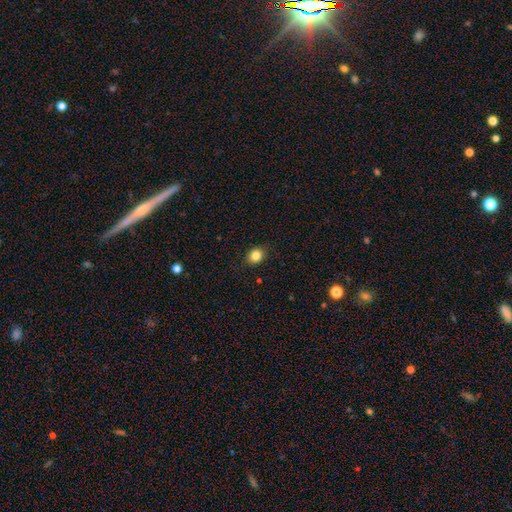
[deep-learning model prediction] Smooth or featured: smooth — 83% (star or artifact — 11%)
How rounded: round — 64% (in between — 35%)
Merging: none — 87% (minor disturbance — 10%)